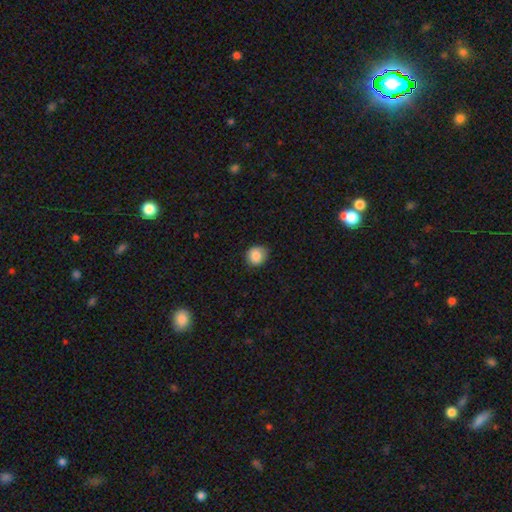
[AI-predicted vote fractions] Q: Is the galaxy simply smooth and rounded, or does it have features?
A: smooth — 86%.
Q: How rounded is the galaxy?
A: round — 82%.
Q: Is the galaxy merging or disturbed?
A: none — 82%.